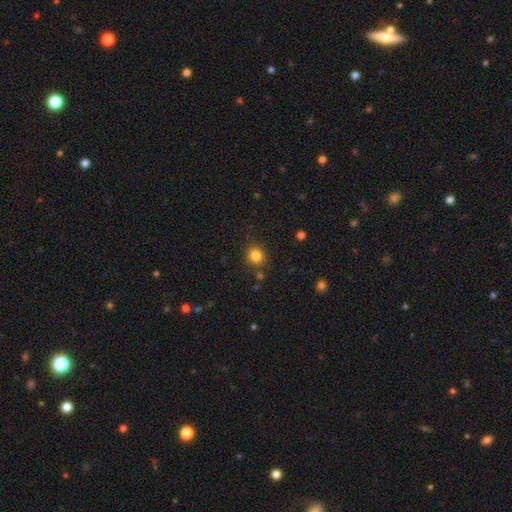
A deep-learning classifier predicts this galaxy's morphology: smooth 83%, star or artifact 12%, featured or disk 5%. Down the decision tree: how rounded — round (90%); merging — none (85%).